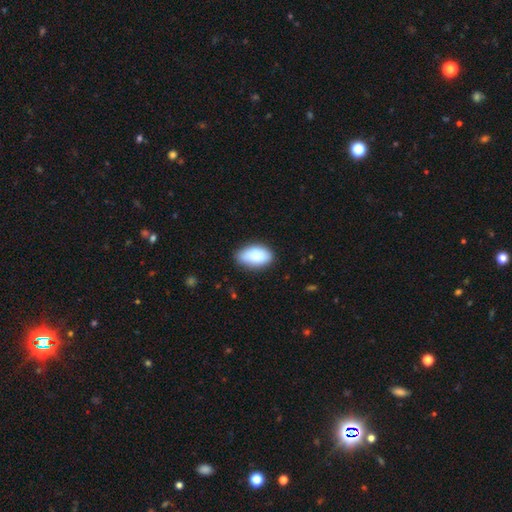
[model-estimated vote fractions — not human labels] Smooth or featured: smooth — 88% (star or artifact — 6%)
How rounded: in between — 94% (round — 4%)
Merging: none — 79% (minor disturbance — 17%)